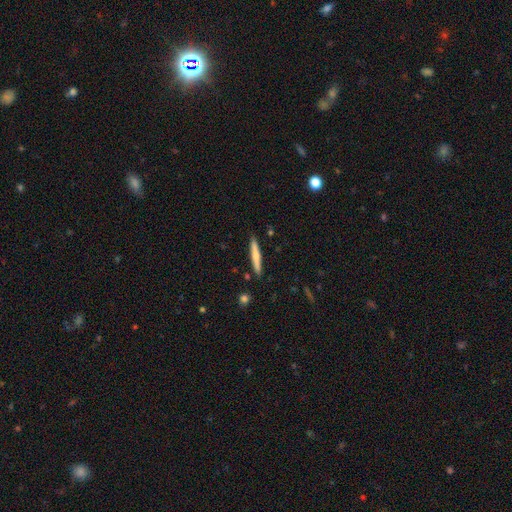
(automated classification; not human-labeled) smooth 60%, featured or disk 35%, star or artifact 6%. Down the decision tree: how rounded — cigar-shaped (94%); merging — none (89%).